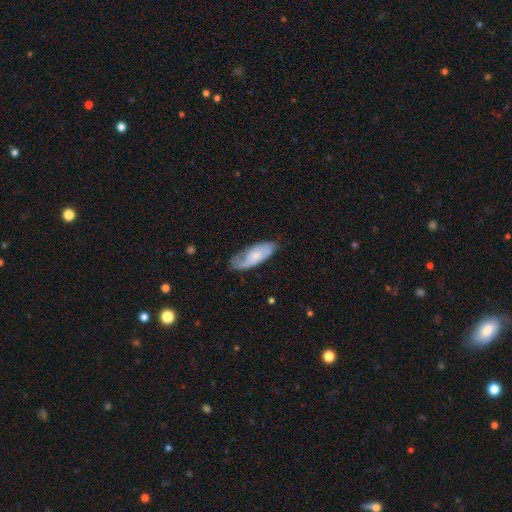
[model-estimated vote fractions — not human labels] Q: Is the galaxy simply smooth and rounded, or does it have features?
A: smooth — 49%.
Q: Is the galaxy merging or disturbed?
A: none — 54%.